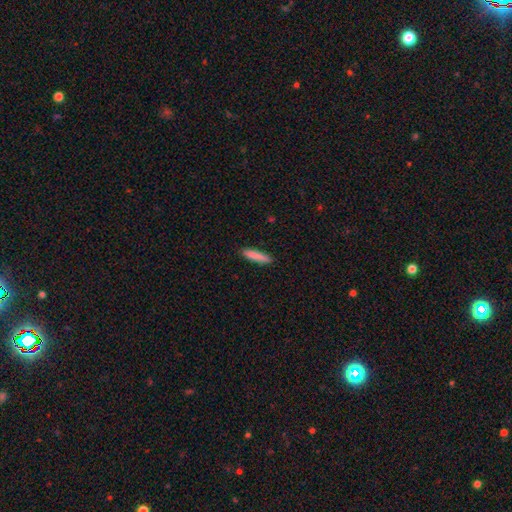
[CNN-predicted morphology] Smooth or featured? Predicted: smooth (p=0.86). How rounded? Predicted: cigar-shaped (p=0.85). Merging? Predicted: none (p=0.89).